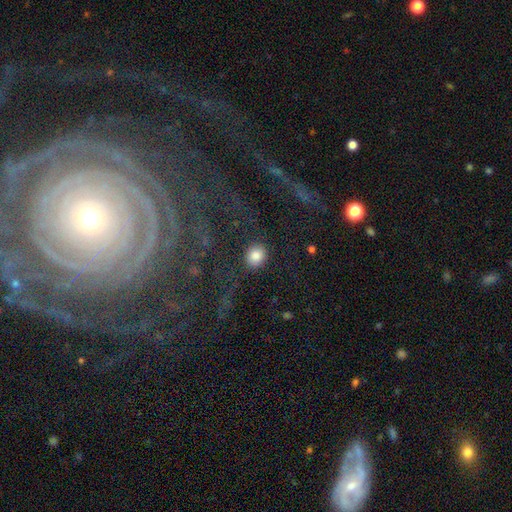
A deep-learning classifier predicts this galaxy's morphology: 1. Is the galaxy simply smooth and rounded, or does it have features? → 84% smooth, 9% star or artifact, 7% featured or disk.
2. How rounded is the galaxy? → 76% round, 23% in between, 1% cigar-shaped.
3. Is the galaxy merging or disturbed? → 82% none, 10% minor disturbance, 5% major disturbance, 3% merger.